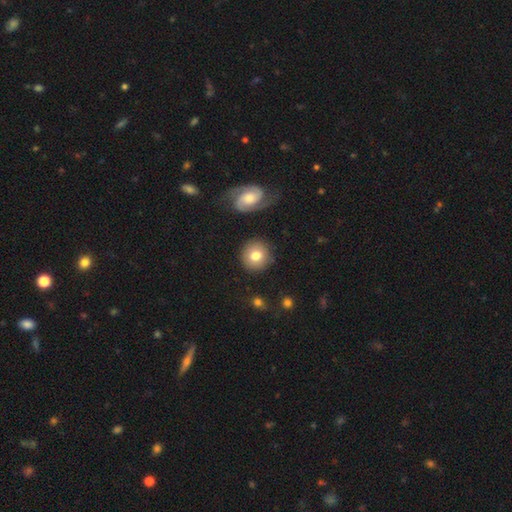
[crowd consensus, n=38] smooth-or-featured: smooth: 61% | featured or disk: 34% | star or artifact: 5%
  how-rounded: round: 91% | in between: 9% | cigar-shaped: 0%
  merging: none: 89% | merger: 6% | minor disturbance: 3% | major disturbance: 3%